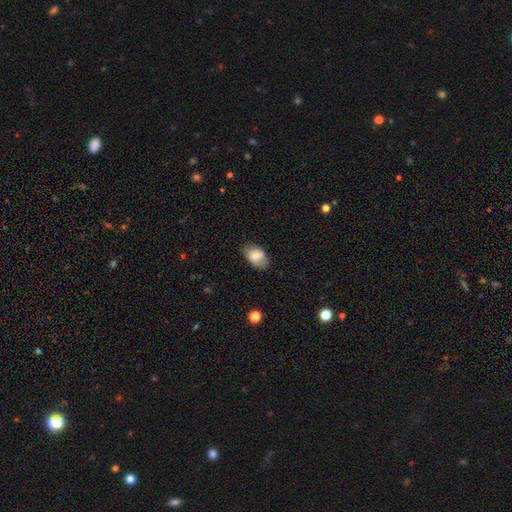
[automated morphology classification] Overall: smooth (77%). How rounded: in between (89%). Merging: none (68%).